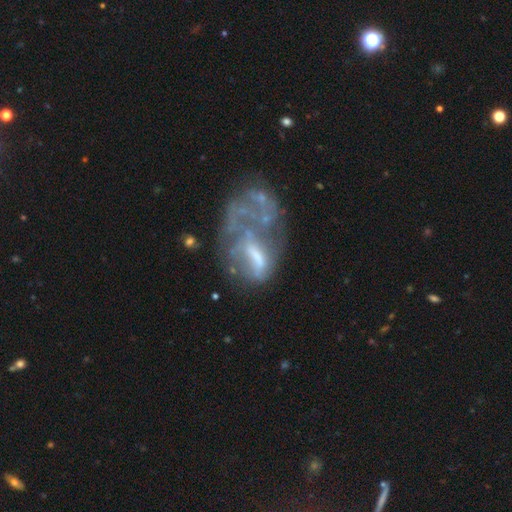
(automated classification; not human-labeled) Morphology: type=featured or disk (61%); edge-on=no (96%); bar=no (60%); spiral arms=no (82%); bulge=none (45%); merging=major disturbance (45%).